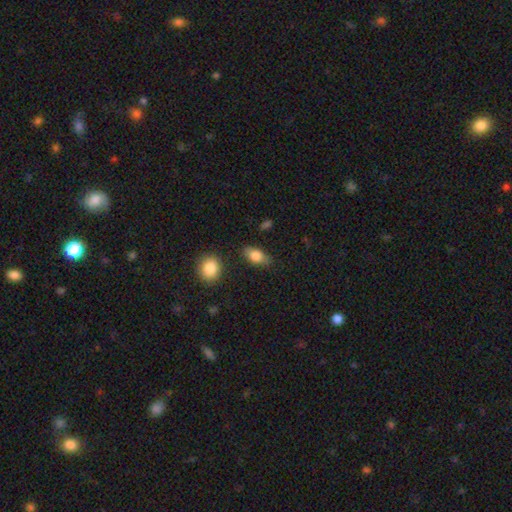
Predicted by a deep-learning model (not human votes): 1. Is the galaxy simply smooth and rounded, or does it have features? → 81% smooth, 12% featured or disk, 7% star or artifact.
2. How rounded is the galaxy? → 86% in between, 8% round, 6% cigar-shaped.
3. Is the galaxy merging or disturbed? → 78% none, 15% minor disturbance, 4% major disturbance, 3% merger.